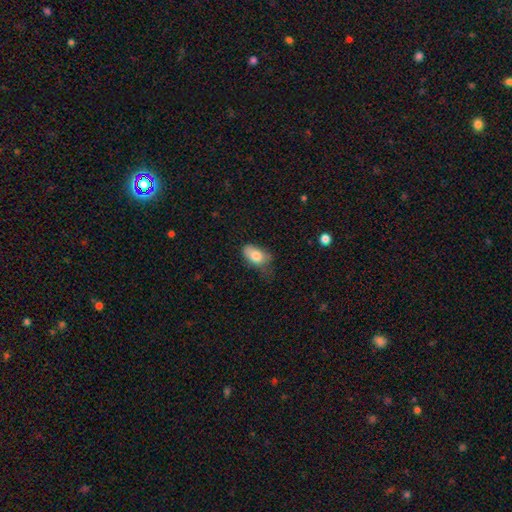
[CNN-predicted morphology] Smooth or featured? Predicted: smooth (p=0.78). How rounded? Predicted: in between (p=0.90). Merging? Predicted: minor disturbance (p=0.42).